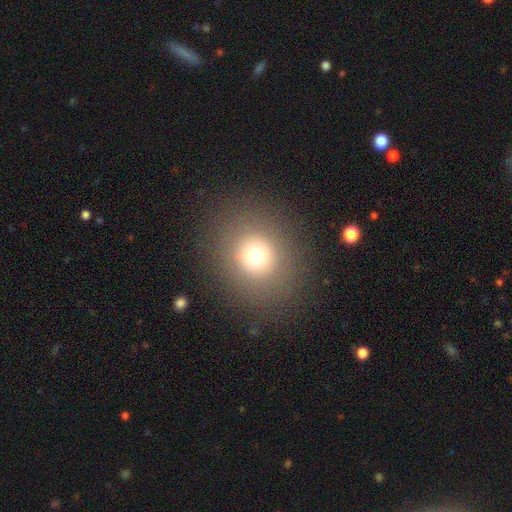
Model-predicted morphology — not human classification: A smooth galaxy with no disk features (70%) that is round (82%).

Vote fractions:
- Smooth or featured? smooth: 70% / star or artifact: 17% / featured or disk: 13%
- How rounded? round: 82% / in between: 17% / cigar-shaped: 1%
- Merging? none: 87% / minor disturbance: 7% / major disturbance: 5% / merger: 1%